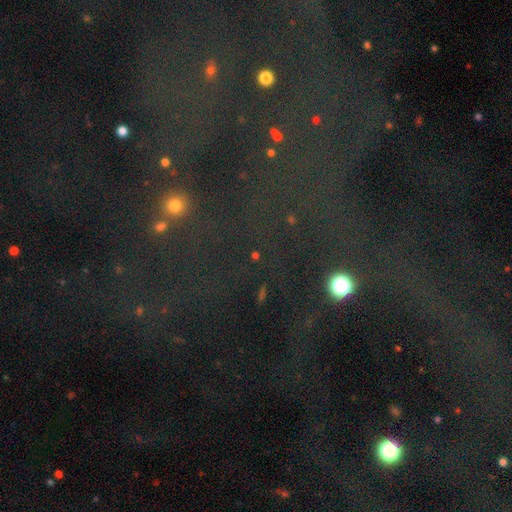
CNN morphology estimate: A star or artifact, not a galaxy (59%).